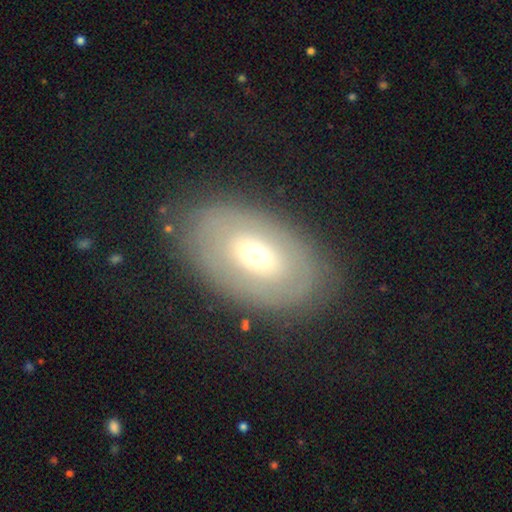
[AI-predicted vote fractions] Smooth or featured? featured or disk (48%)
Merging? none (80%)